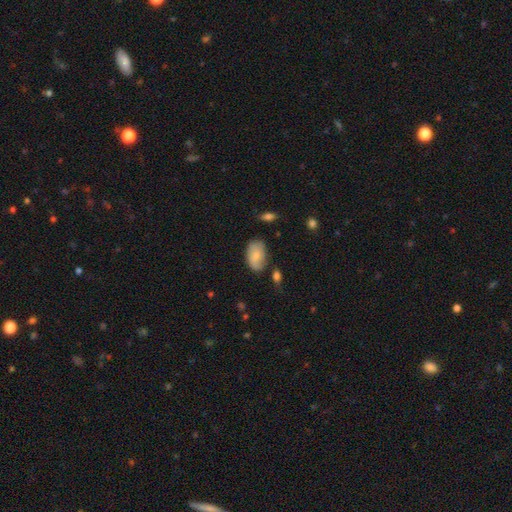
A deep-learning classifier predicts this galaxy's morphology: smooth 76%, featured or disk 17%, star or artifact 7%. Down the decision tree: how rounded — in between (90%); merging — none (65%).